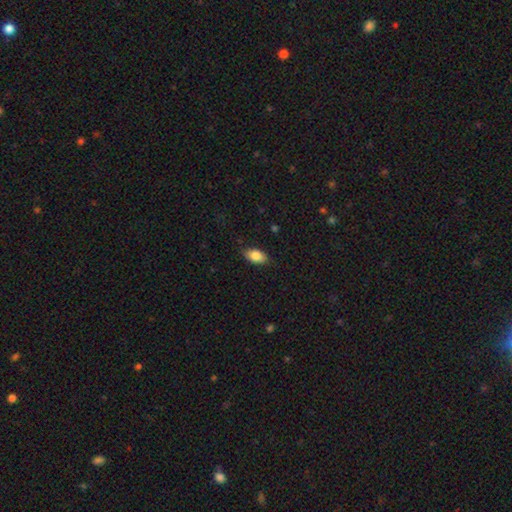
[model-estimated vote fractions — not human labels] This appears to be a smooth galaxy with no disk features (84%) that is in between round and cigar-shaped (91%). Merging: none (85%).